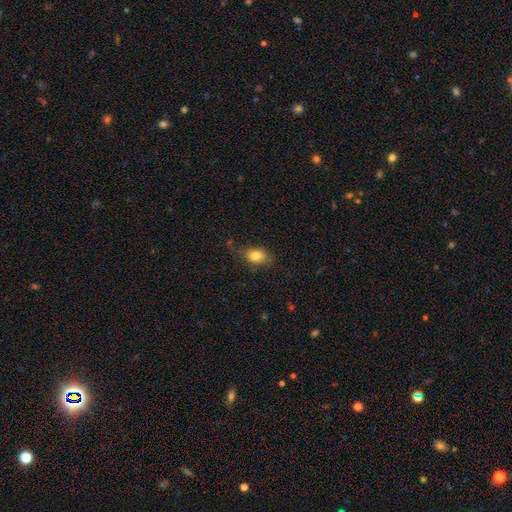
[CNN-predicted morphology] smooth_or_featured: smooth (p=0.81) [alt: featured or disk p=0.10]
how_rounded: in between (p=0.78) [alt: round p=0.20]
merging: none (p=0.68) [alt: minor disturbance p=0.23]